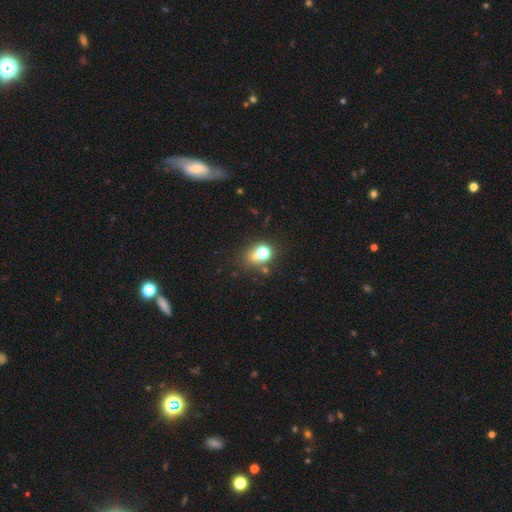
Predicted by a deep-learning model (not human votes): Q: Smooth or featured?
A: smooth (59%); runner-up: star or artifact (27%)
Q: How rounded?
A: round (65%); runner-up: in between (34%)
Q: Merging?
A: none (52%); runner-up: merger (27%)